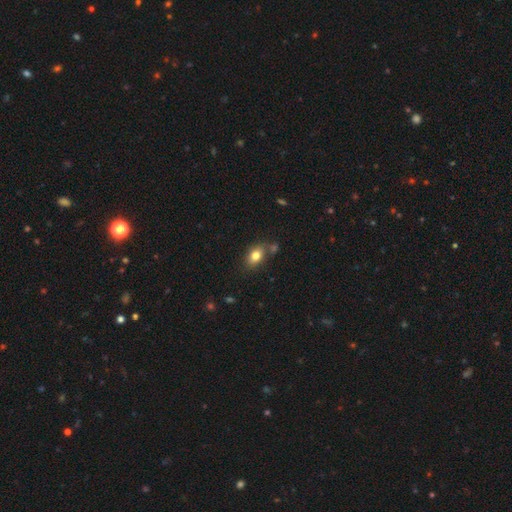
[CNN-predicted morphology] This is clearly a smooth galaxy (80%). How rounded: likely in between (79%). Merging: likely none (69%).